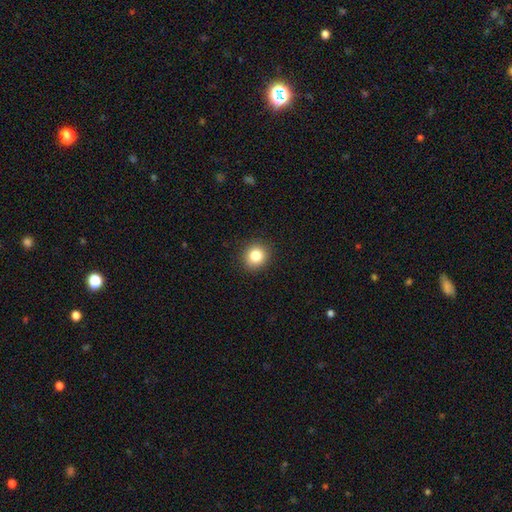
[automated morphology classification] type=smooth (84%); roundness=round (88%); merging=none (91%).